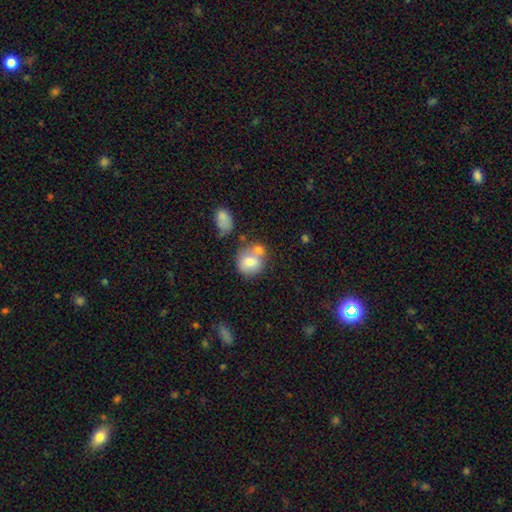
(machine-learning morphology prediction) This appears to be a smooth galaxy with no disk features (74%) that is round (70%). Merging: none (43%).